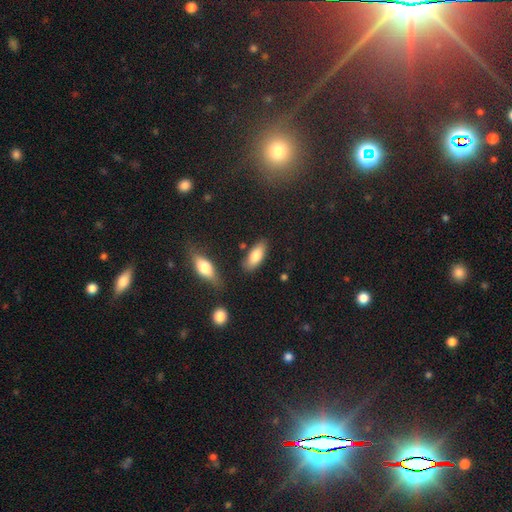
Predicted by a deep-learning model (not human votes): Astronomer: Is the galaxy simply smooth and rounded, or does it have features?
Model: smooth — 80%.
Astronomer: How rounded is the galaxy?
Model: in between — 81%.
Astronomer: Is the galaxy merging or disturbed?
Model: none — 79%.